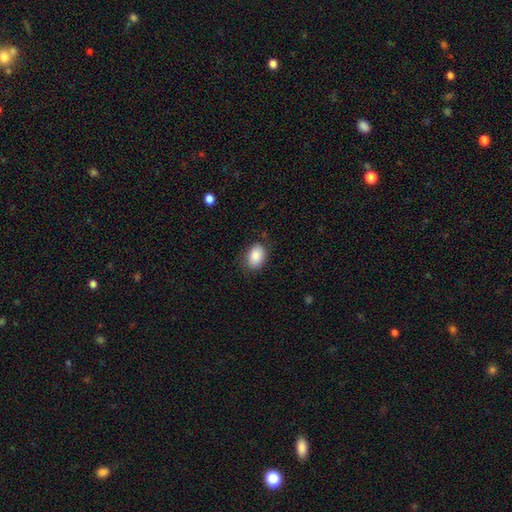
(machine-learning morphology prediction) Smooth or featured? Predicted: smooth (p=0.87). How rounded? Predicted: in between (p=0.84). Merging? Predicted: none (p=0.78).